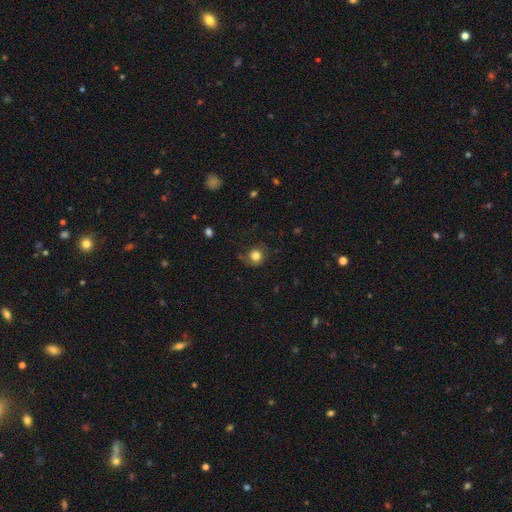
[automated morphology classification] Overall: smooth (79%). How rounded: round (85%). Merging: none (69%).